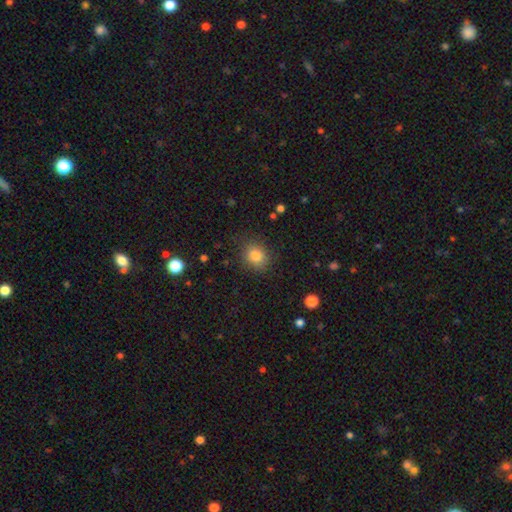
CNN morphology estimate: The model was most divided on "how rounded": round: 66%, in between: 33%, cigar-shaped: 1%. More confident: merging — none (86%); smooth or featured — smooth (81%).